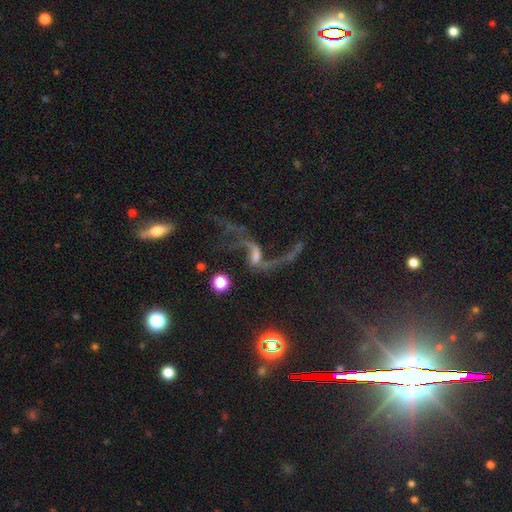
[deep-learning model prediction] A featured or disk galaxy (74%) with no bar (40%), 2 (84%) loose (93%) spiral arms (85%) and a small central bulge (40%).

Vote fractions:
- Smooth or featured? featured or disk: 74% / star or artifact: 16% / smooth: 10%
- Edge-on disk? no: 93% / yes: 7%
- Bar? no: 40% / weak: 39% / strong: 20%
- Spiral arms? yes: 85% / no: 15%
- Spiral winding? loose: 93% / medium: 5% / tight: 2%
- Spiral arm count? 2: 84% / 1: 9% / can't tell: 3% / 3: 2% / 4: 1% / more than 4: 1%
- Bulge size? small: 40% / none: 28% / moderate: 24% / large: 5% / dominant: 3%
- Merging? none: 39% / major disturbance: 34% / merger: 15% / minor disturbance: 12%